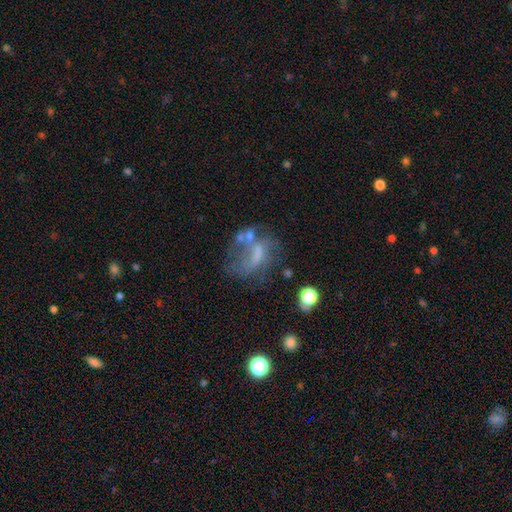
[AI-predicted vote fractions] featured or disk 55%, smooth 28%, star or artifact 17%. Down the decision tree: edge-on disk — no (95%); bar — no (53%); spiral arms — no (64%); bulge size — none (51%); merging — major disturbance (34%).